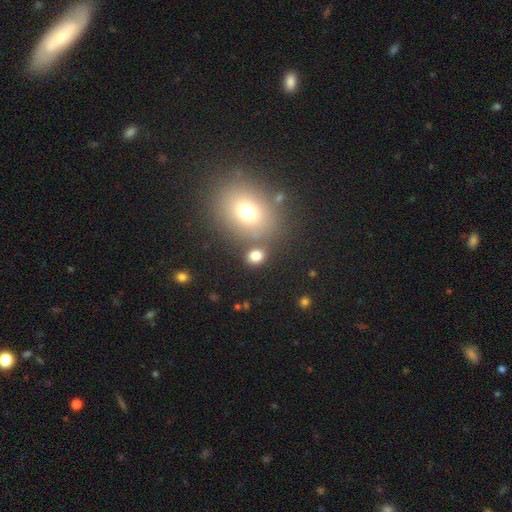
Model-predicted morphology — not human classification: A smooth galaxy with no disk features (78%) that is round (61%).

Vote fractions:
- Smooth or featured? smooth: 78% / star or artifact: 15% / featured or disk: 7%
- How rounded? round: 61% / in between: 38% / cigar-shaped: 1%
- Merging? none: 71% / merger: 15% / minor disturbance: 10% / major disturbance: 4%